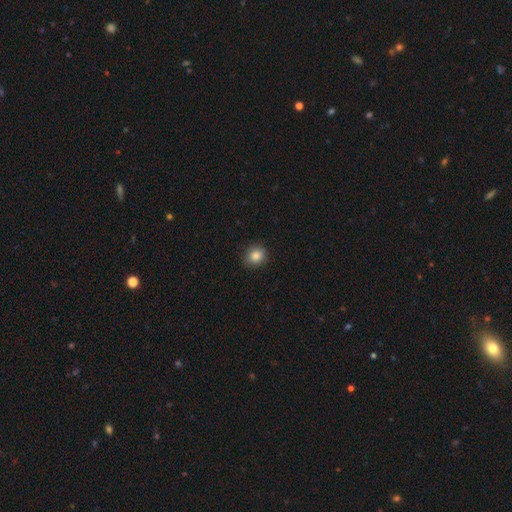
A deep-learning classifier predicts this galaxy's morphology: Smooth or featured: smooth — 86% (star or artifact — 10%)
How rounded: round — 73% (in between — 26%)
Merging: none — 87% (minor disturbance — 10%)